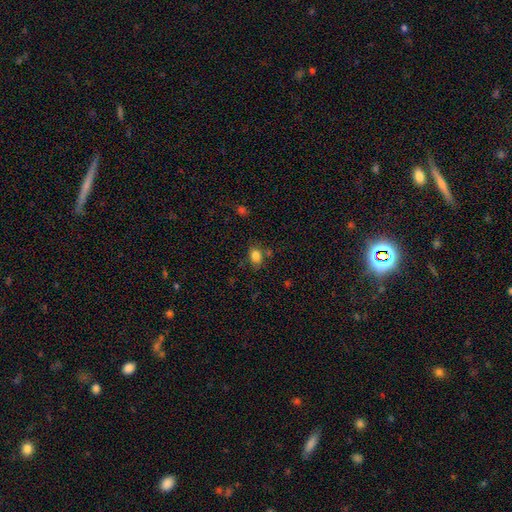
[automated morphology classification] Smooth or featured: smooth — 83% (star or artifact — 11%)
How rounded: in between — 75% (round — 24%)
Merging: none — 71% (minor disturbance — 16%)